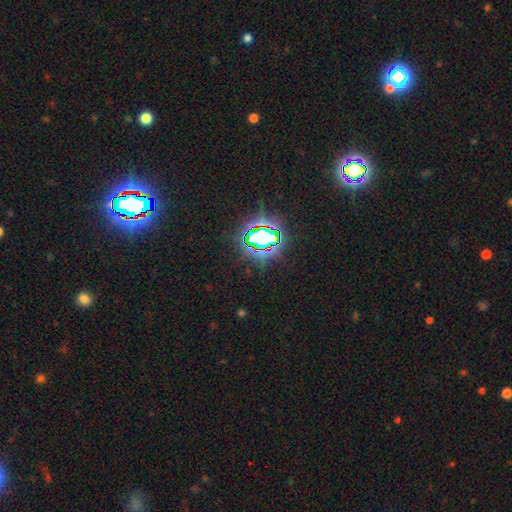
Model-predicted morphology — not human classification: A star or artifact, not a galaxy (83%).